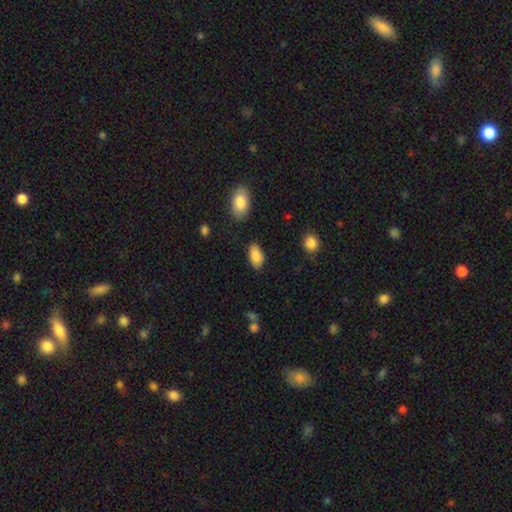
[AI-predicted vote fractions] Smooth or featured?
  - smooth: 85% *
  - featured or disk: 7%
  - star or artifact: 7%
How rounded?
  - in between: 93% *
  - round: 4%
  - cigar-shaped: 3%
Merging?
  - none: 82% *
  - minor disturbance: 13%
  - major disturbance: 3%
  - merger: 2%